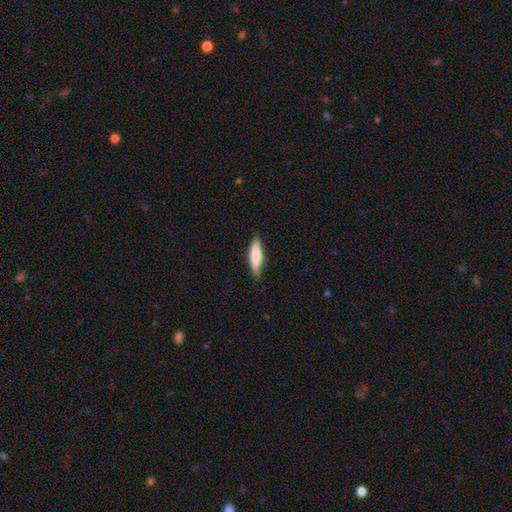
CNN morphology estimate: A smooth galaxy with no disk features (76%) that is cigar-shaped (70%).

Vote fractions:
- Smooth or featured? smooth: 76% / featured or disk: 18% / star or artifact: 5%
- How rounded? cigar-shaped: 70% / in between: 29% / round: 1%
- Merging? none: 82% / minor disturbance: 15% / major disturbance: 2% / merger: 1%